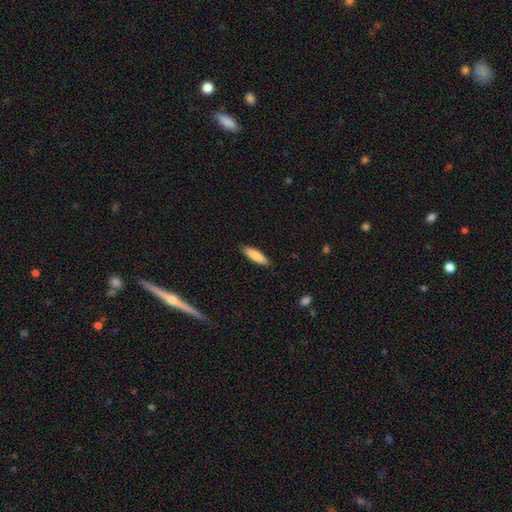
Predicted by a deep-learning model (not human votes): A smooth galaxy with no disk features (85%) that is cigar-shaped (62%). Merging: none (88%).